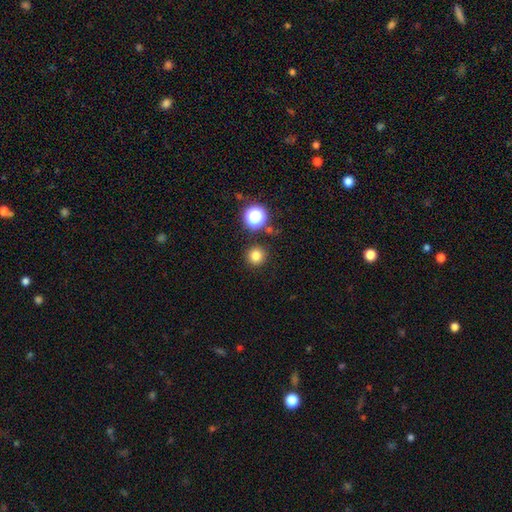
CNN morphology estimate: smooth-or-featured: smooth: 79% | star or artifact: 15% | featured or disk: 6%
  how-rounded: round: 95% | in between: 4% | cigar-shaped: 1%
  merging: none: 89% | minor disturbance: 5% | merger: 3% | major disturbance: 2%